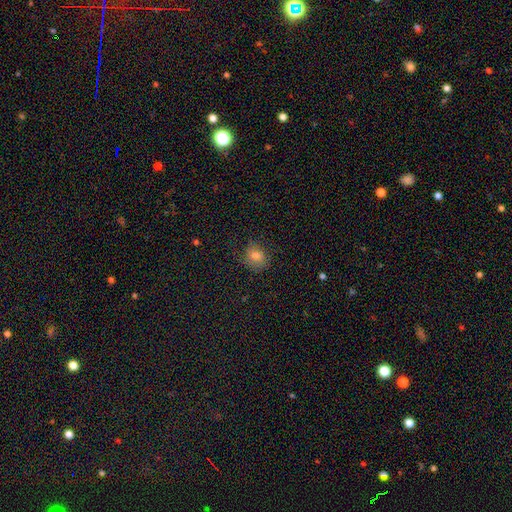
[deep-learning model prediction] Smooth or featured?
  - smooth: 73% *
  - featured or disk: 14%
  - star or artifact: 13%
How rounded?
  - round: 63% *
  - in between: 36%
  - cigar-shaped: 1%
Merging?
  - none: 72% *
  - minor disturbance: 20%
  - major disturbance: 7%
  - merger: 1%